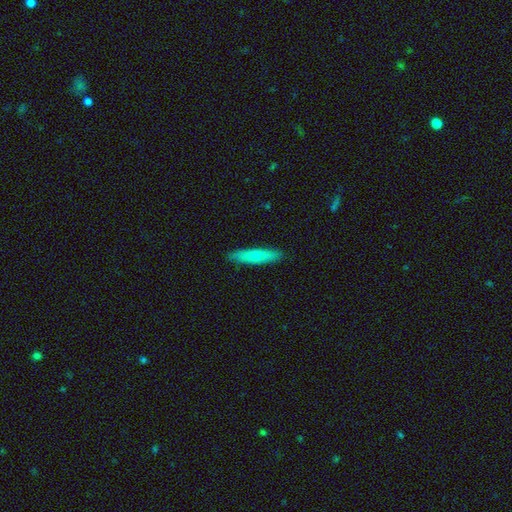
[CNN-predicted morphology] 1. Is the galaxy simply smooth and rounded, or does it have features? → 70% smooth, 24% featured or disk, 6% star or artifact.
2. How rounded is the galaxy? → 85% cigar-shaped, 14% in between, 2% round.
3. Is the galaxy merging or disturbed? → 89% none, 9% minor disturbance, 2% major disturbance, 1% merger.